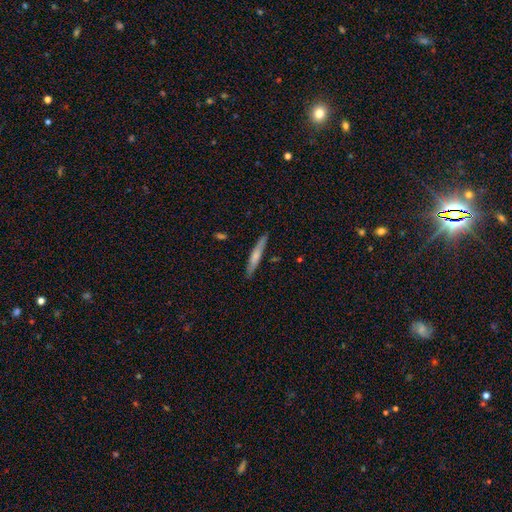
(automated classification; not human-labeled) Q: Smooth or featured?
A: smooth (62%); runner-up: featured or disk (32%)
Q: How rounded?
A: cigar-shaped (93%); runner-up: in between (5%)
Q: Merging?
A: none (88%); runner-up: minor disturbance (9%)